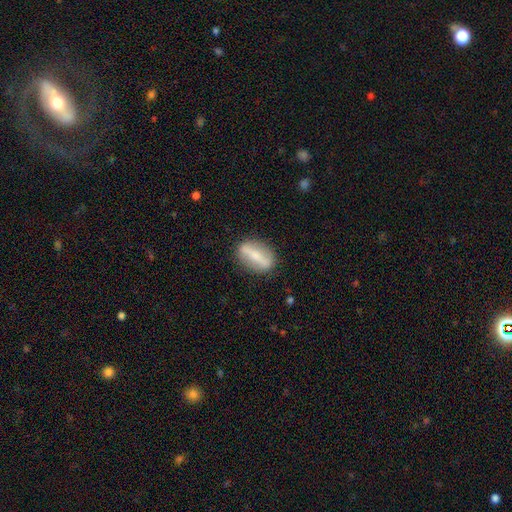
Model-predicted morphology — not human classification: Q: Smooth or featured?
A: featured or disk (52%); runner-up: smooth (41%)
Q: Edge-on disk?
A: no (67%); runner-up: yes (33%)
Q: Merging?
A: none (85%); runner-up: minor disturbance (10%)